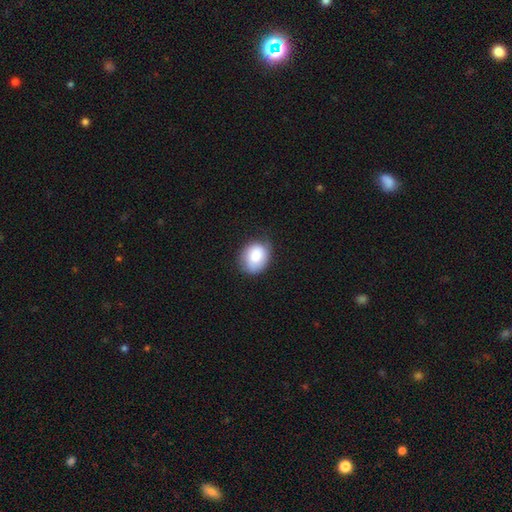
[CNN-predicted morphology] type=smooth (83%); roundness=in between (52%); merging=none (68%).